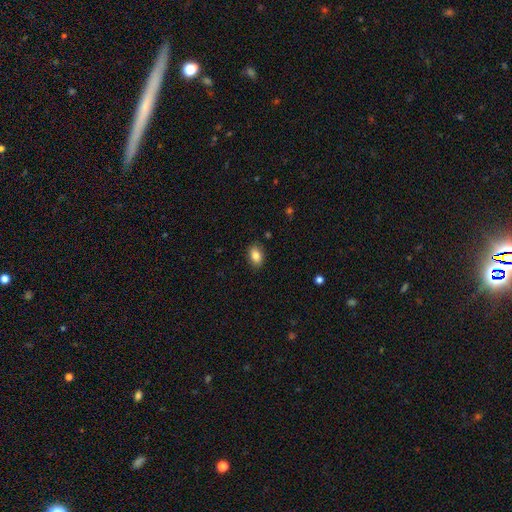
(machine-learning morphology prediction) Smooth or featured: smooth — 84% (star or artifact — 8%)
How rounded: in between — 87% (round — 11%)
Merging: none — 86% (minor disturbance — 11%)